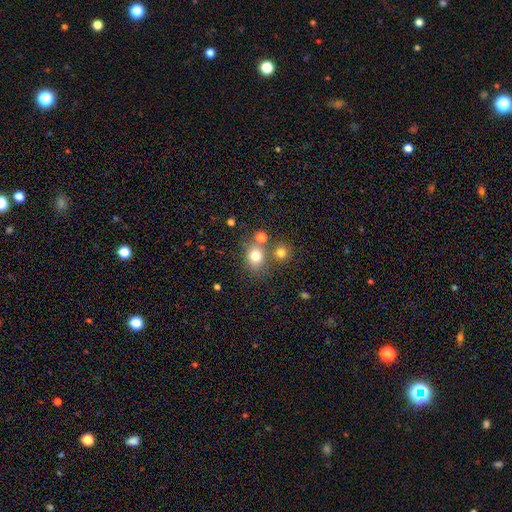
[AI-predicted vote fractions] Morphology: type=smooth (77%); roundness=round (72%); merging=none (66%).